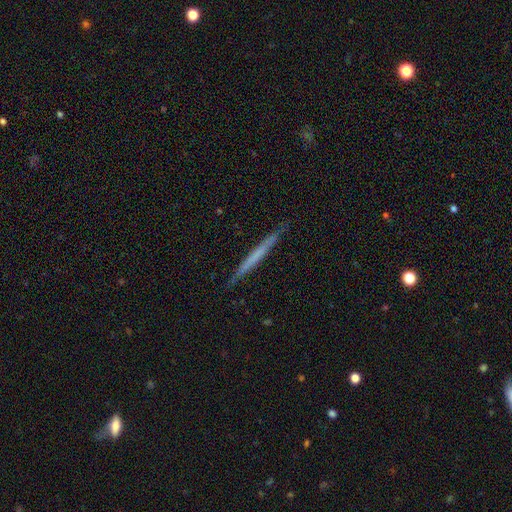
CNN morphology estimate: A featured or disk galaxy (47%, tied with smooth). Merging: none (89%).